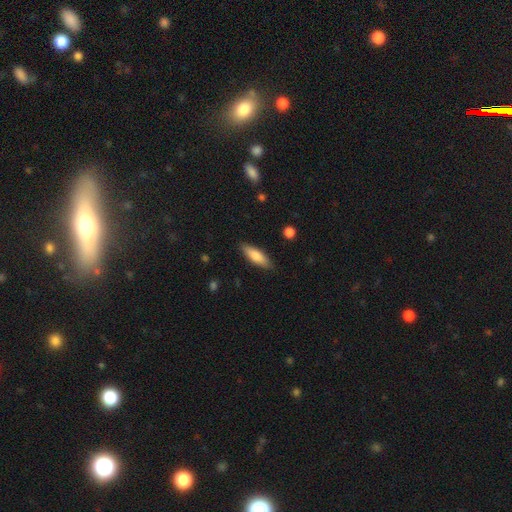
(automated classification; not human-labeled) A smooth galaxy with no disk features (78%) that is cigar-shaped (51%).

Vote fractions:
- Smooth or featured? smooth: 78% / featured or disk: 16% / star or artifact: 6%
- How rounded? cigar-shaped: 51% / in between: 47% / round: 2%
- Merging? none: 87% / minor disturbance: 10% / major disturbance: 2% / merger: 1%